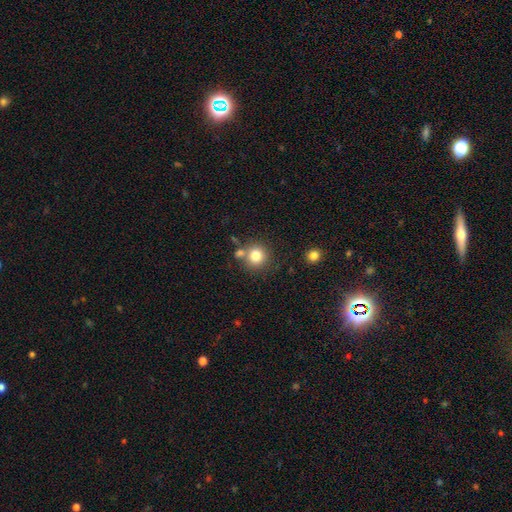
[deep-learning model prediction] Smooth or featured?
  - smooth: 80% *
  - star or artifact: 11%
  - featured or disk: 9%
How rounded?
  - round: 90% *
  - in between: 9%
  - cigar-shaped: 1%
Merging?
  - none: 69% *
  - merger: 18%
  - minor disturbance: 10%
  - major disturbance: 3%